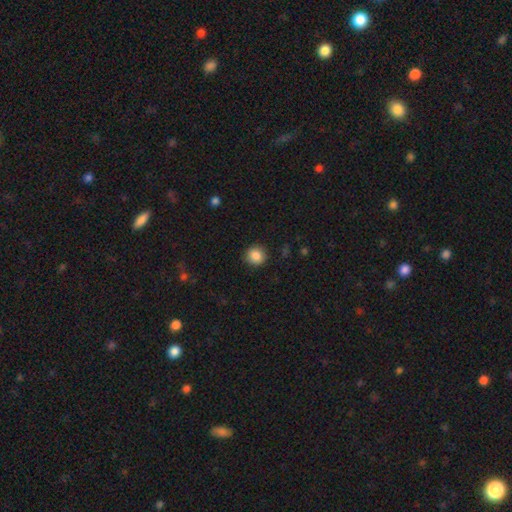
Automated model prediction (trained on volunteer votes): smooth-or-featured: smooth: 87% | star or artifact: 9% | featured or disk: 4%
  how-rounded: round: 92% | in between: 7% | cigar-shaped: 1%
  merging: none: 89% | minor disturbance: 8% | major disturbance: 2% | merger: 1%